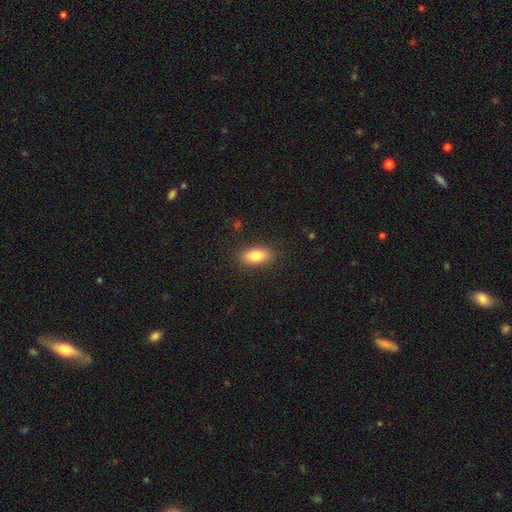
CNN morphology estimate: This appears to be a smooth galaxy with no disk features (82%) that is in between round and cigar-shaped (85%). Merging: none (87%).